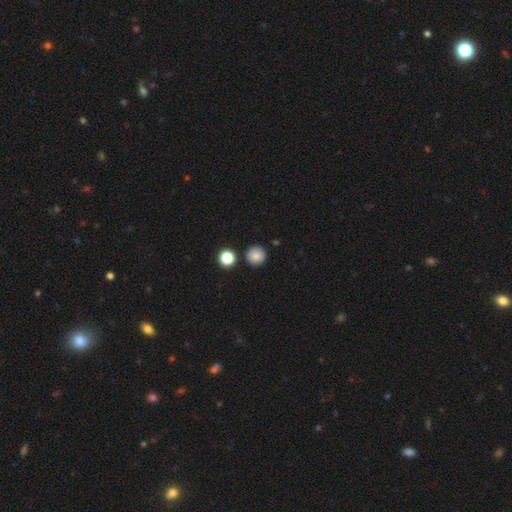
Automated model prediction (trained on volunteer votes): Overall: smooth (85%). How rounded: round (94%). Merging: none (88%).